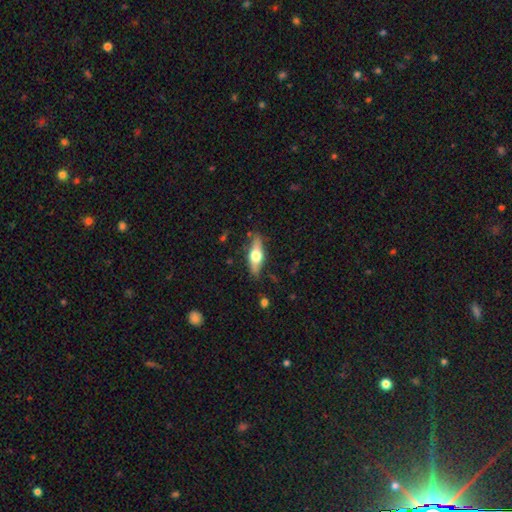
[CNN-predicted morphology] Smooth or featured? Predicted: featured or disk (p=0.50). Merging? Predicted: none (p=0.83).